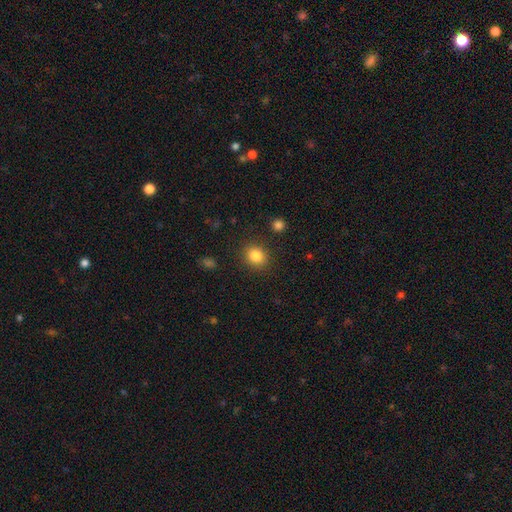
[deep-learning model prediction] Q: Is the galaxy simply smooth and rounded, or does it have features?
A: smooth — 85%.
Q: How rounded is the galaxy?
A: round — 74%.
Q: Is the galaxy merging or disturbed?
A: none — 88%.